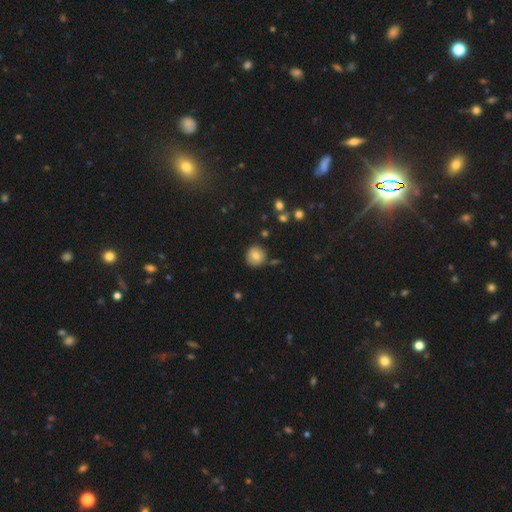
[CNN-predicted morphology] Smooth or featured? Predicted: smooth (p=0.80). How rounded? Predicted: round (p=0.90). Merging? Predicted: none (p=0.81).